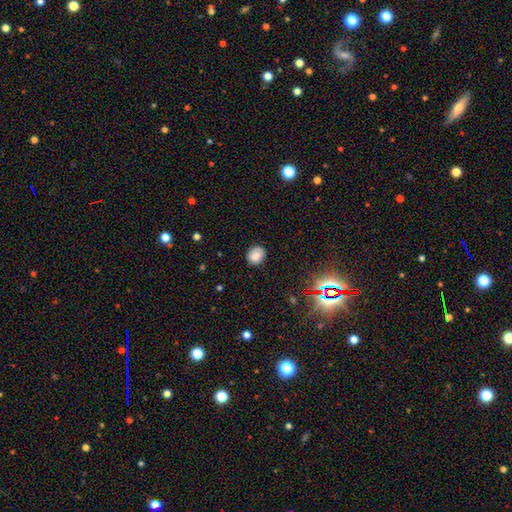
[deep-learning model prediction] Q: Smooth or featured?
A: smooth (81%); runner-up: star or artifact (12%)
Q: How rounded?
A: round (68%); runner-up: in between (31%)
Q: Merging?
A: none (81%); runner-up: minor disturbance (15%)